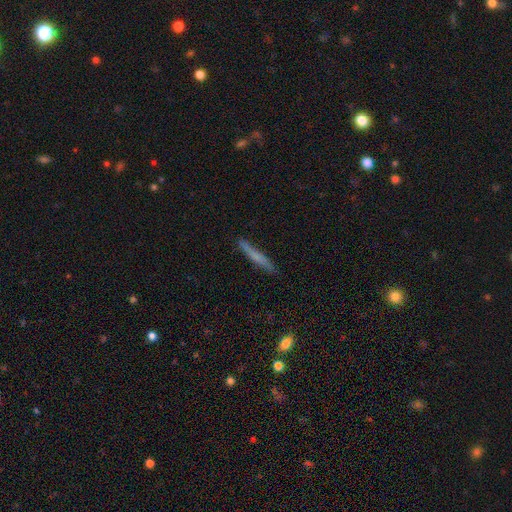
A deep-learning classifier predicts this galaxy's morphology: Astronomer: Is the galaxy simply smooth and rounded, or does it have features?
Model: smooth — 62%.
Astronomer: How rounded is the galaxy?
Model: cigar-shaped — 95%.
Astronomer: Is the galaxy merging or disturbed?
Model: none — 84%.